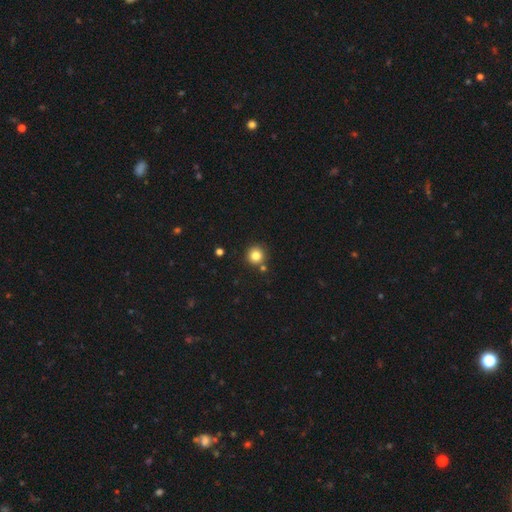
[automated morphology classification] The model was most divided on "smooth or featured": smooth: 82%, star or artifact: 12%, featured or disk: 6%. More confident: how rounded — round (94%); merging — none (83%).